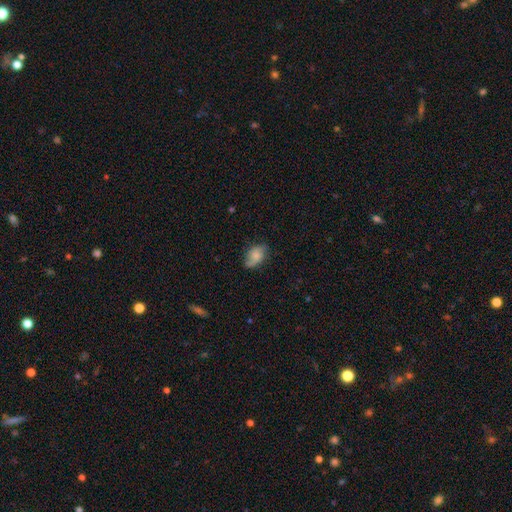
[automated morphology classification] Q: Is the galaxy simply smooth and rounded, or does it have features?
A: smooth — 63%.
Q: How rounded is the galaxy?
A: in between — 87%.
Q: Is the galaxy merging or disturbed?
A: none — 65%.